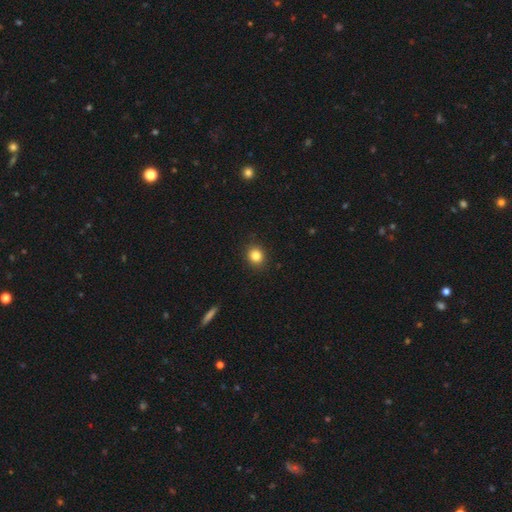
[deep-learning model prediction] smooth 84%, star or artifact 11%, featured or disk 5%. Down the decision tree: how rounded — round (73%); merging — none (90%).